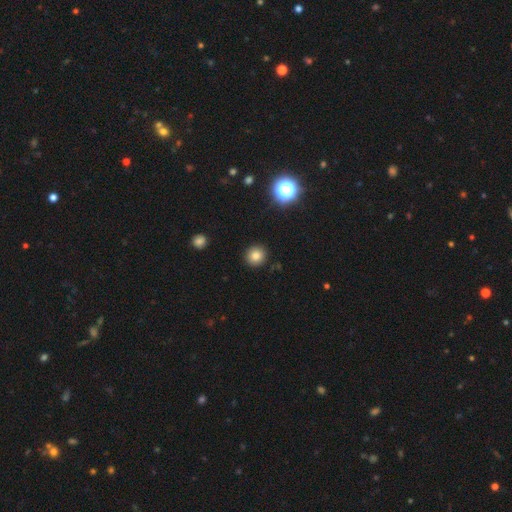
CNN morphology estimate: The model was most divided on "smooth or featured": smooth: 80%, star or artifact: 13%, featured or disk: 6%. More confident: how rounded — round (92%); merging — none (91%).